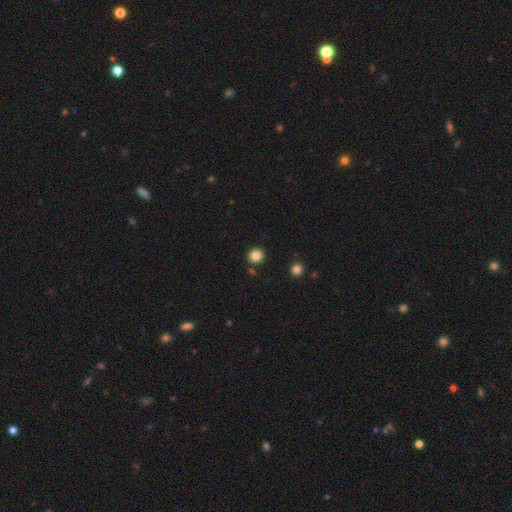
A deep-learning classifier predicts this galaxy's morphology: A smooth galaxy with no disk features (84%) that is round (91%). Merging: none (88%).